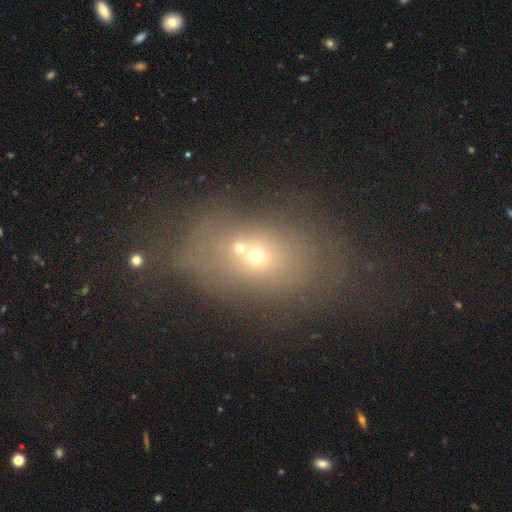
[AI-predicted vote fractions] Smooth or featured? Predicted: smooth (p=0.50). Merging? Predicted: merger (p=0.49).